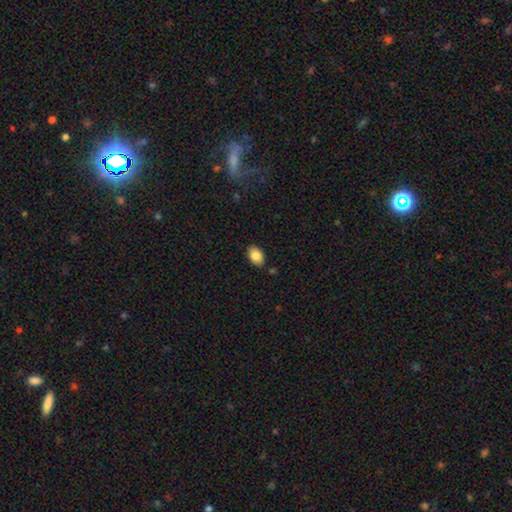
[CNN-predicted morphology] This appears to be a smooth galaxy with no disk features (85%) that is in between round and cigar-shaped (84%). Merging: none (84%).